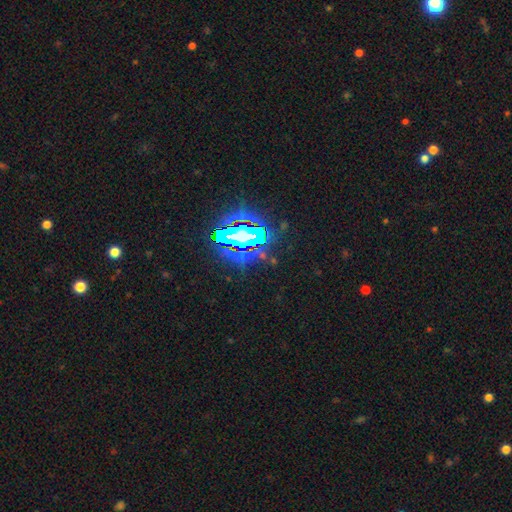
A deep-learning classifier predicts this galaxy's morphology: Smooth or featured? star or artifact (79%)